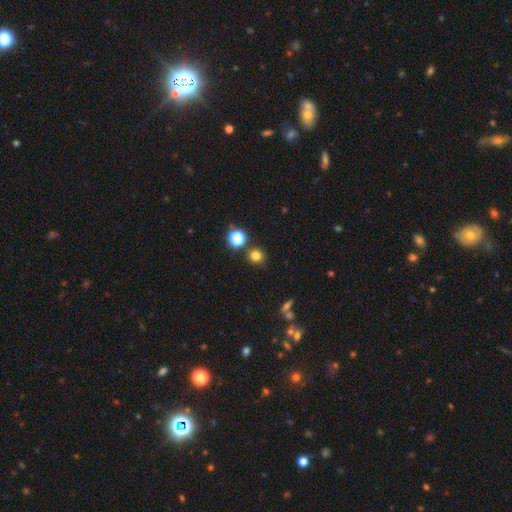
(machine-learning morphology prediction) The model was most divided on "smooth or featured": smooth: 77%, star or artifact: 18%, featured or disk: 6%. More confident: how rounded — round (90%); merging — none (84%).